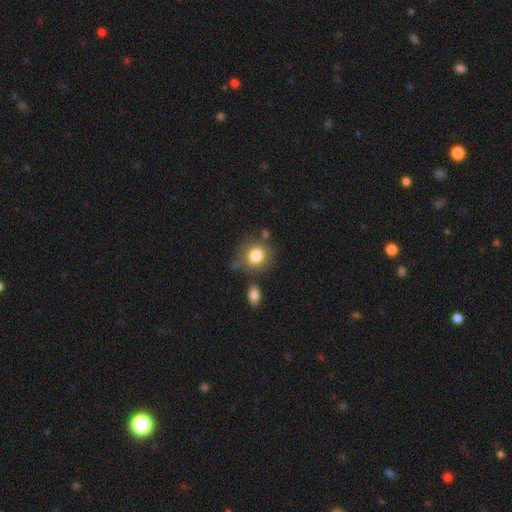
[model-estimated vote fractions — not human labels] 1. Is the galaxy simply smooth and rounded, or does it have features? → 81% smooth, 9% star or artifact, 9% featured or disk.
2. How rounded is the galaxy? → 78% round, 21% in between, 1% cigar-shaped.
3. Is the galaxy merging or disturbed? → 67% none, 16% minor disturbance, 11% merger, 6% major disturbance.